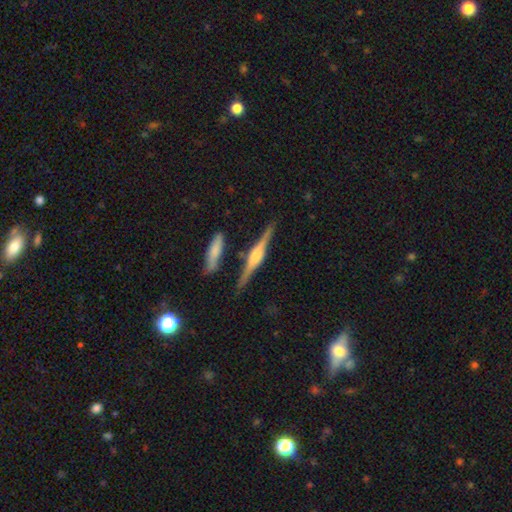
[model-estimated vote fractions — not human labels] featured or disk 83%, smooth 12%, star or artifact 5%. Down the decision tree: edge-on disk — yes (98%); edge-on bulge — rounded (74%); merging — none (82%).